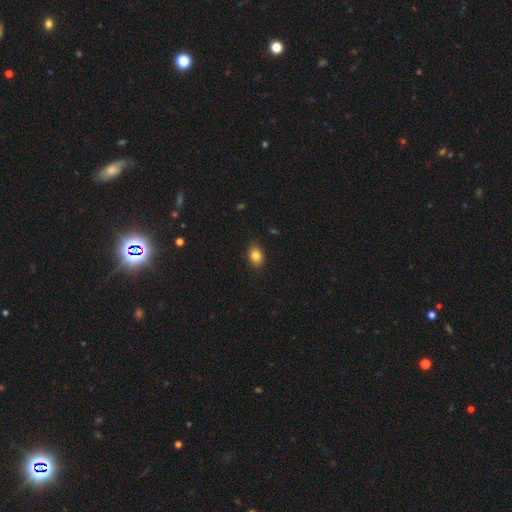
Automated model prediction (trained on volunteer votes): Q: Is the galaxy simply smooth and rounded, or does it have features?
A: smooth — 83%.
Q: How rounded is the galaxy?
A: in between — 63%.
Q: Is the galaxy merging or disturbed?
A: none — 88%.